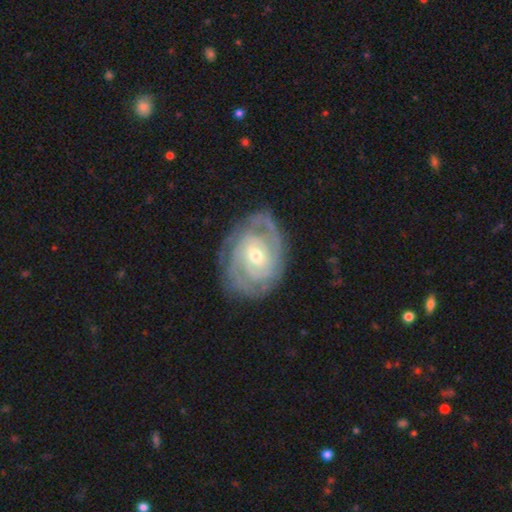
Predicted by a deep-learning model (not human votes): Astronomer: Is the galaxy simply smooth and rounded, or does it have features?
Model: featured or disk — 89%.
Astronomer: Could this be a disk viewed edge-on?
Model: no — 97%.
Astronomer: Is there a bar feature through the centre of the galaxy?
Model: no — 56% (runner-up: weak, 34%).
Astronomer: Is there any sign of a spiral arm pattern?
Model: yes — 97%.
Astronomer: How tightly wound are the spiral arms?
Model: tight — 74%.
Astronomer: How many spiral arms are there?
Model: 2 — 28% (runner-up: 3, 25%).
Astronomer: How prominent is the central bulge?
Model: moderate — 56% (runner-up: small, 40%).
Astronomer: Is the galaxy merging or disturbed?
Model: none — 76%.